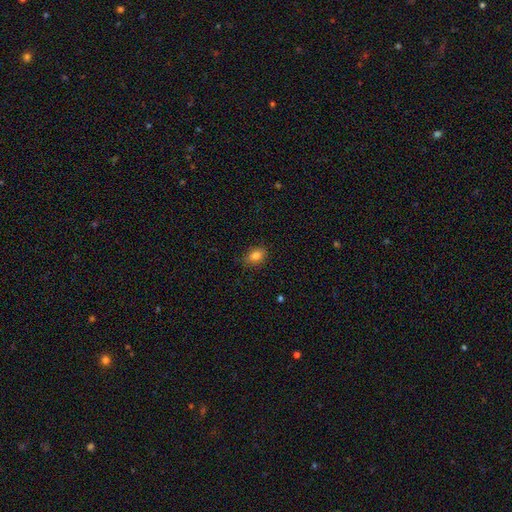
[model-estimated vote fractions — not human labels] Smooth or featured? Predicted: smooth (p=0.84). How rounded? Predicted: in between (p=0.75). Merging? Predicted: none (p=0.80).